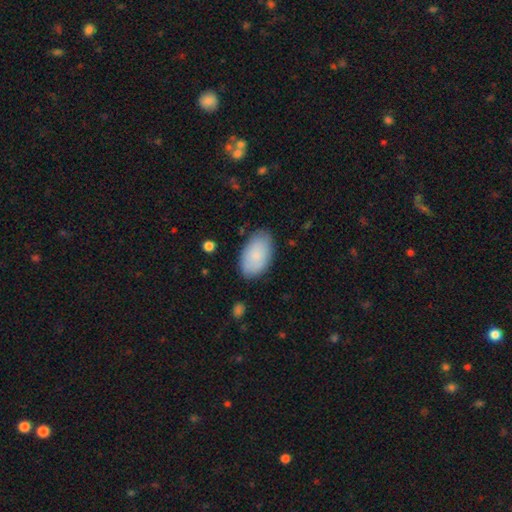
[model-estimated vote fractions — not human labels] Smooth or featured? smooth (84%)
How rounded? in between (94%)
Merging? none (82%)